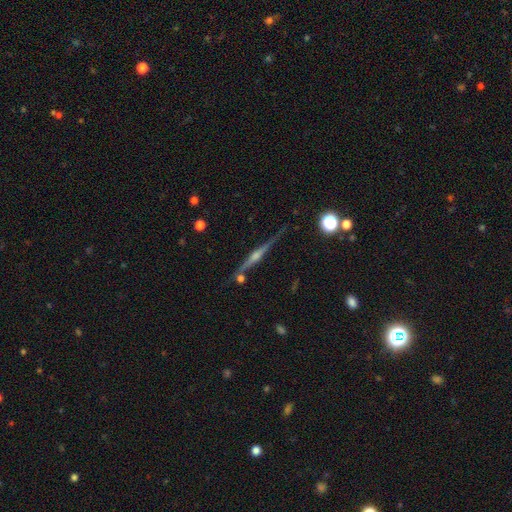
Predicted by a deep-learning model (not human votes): smooth_or_featured: featured or disk (p=0.83) [alt: smooth p=0.09]
disk_edge_on: yes (p=0.98) [alt: no p=0.02]
edge_on_bulge: rounded (p=0.86) [alt: boxy p=0.08]
merging: none (p=0.83) [alt: minor disturbance p=0.10]